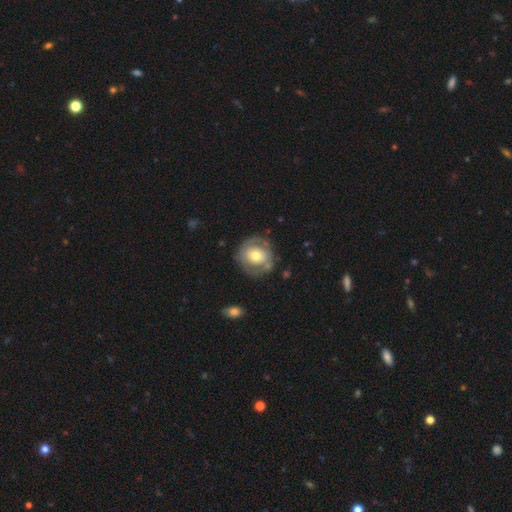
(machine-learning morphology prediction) The model was most divided on "smooth or featured": featured or disk: 54%, smooth: 40%, star or artifact: 6%. More confident: edge-on disk — no (96%); bar — no (82%); merging — none (71%); bulge size — moderate (69%); spiral arms — no (63%).